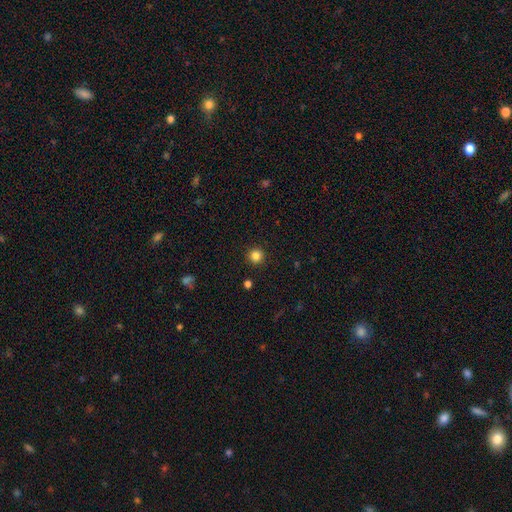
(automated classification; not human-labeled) A smooth galaxy with no disk features (84%) that is round (95%). Merging: none (92%).